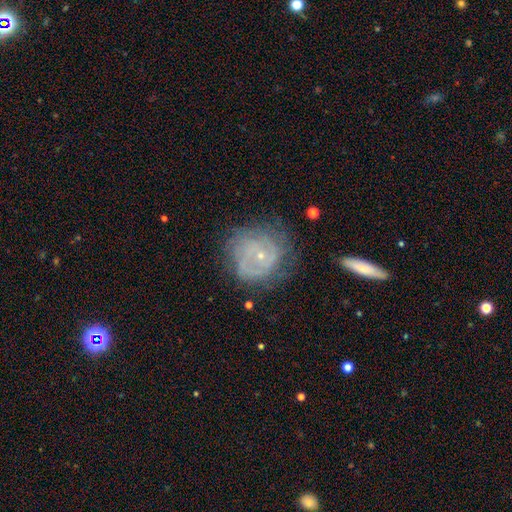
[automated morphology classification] Smooth or featured: featured or disk — 63% (smooth — 25%)
Edge-on disk: no — 96% (yes — 4%)
Bar: no — 71% (weak — 23%)
Spiral arms: yes — 74% (no — 26%)
Bulge size: small — 77% (moderate — 18%)
Merging: none — 67% (minor disturbance — 20%)